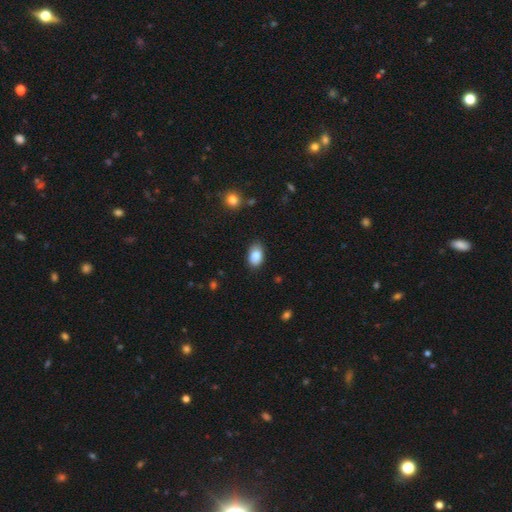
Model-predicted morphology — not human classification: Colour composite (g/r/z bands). It shows a smooth galaxy with no disk features (85%) that is in between round and cigar-shaped (88%). Merging: none (83%).